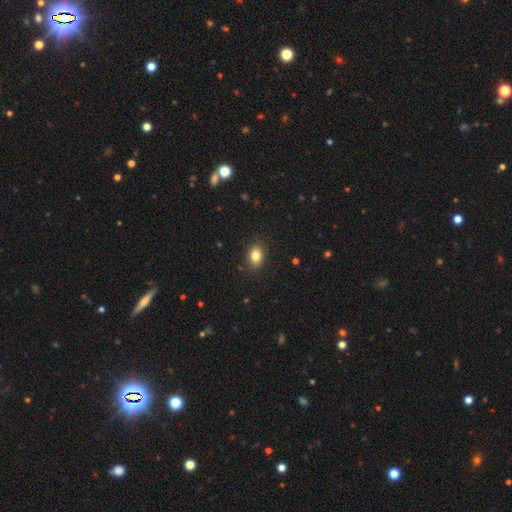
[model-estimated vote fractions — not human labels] This appears to be a smooth galaxy with no disk features (83%) that is in between round and cigar-shaped (72%). Merging: none (89%).